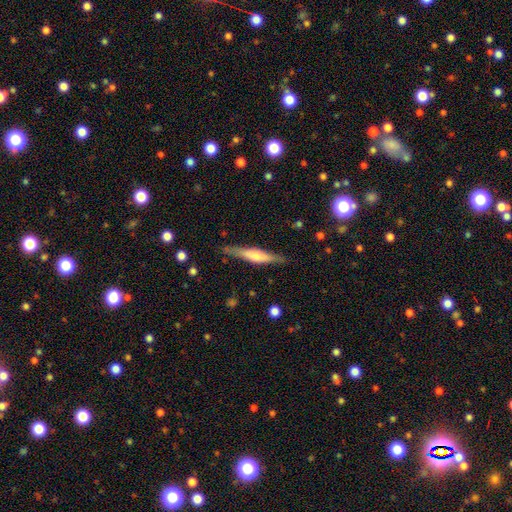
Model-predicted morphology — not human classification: This is possibly a featured or disk galaxy (55%). It is clearly viewed edge-on (95%). Edge-on bulge: likely rounded (69%). Merging: clearly none (84%).